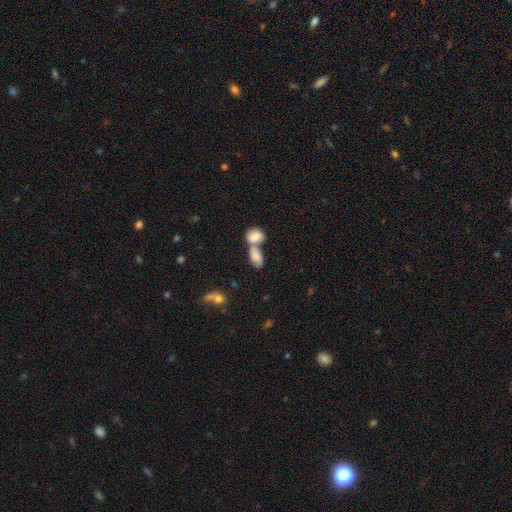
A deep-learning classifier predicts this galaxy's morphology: Smooth or featured: smooth — 75% (featured or disk — 17%)
How rounded: in between — 87% (round — 8%)
Merging: merger — 64% (none — 22%)